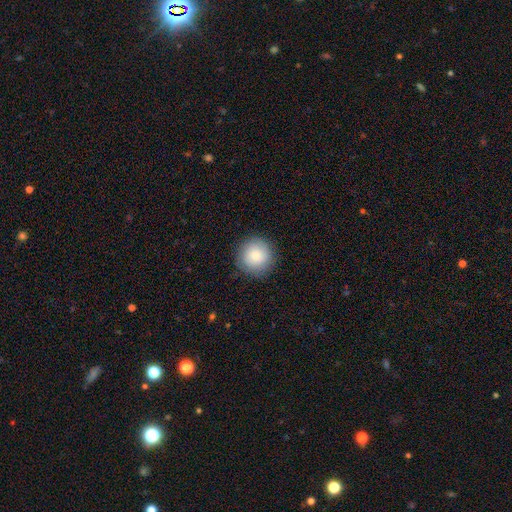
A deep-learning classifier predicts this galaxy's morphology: A smooth galaxy with no disk features (85%) that is round (95%). Merging: none (89%).